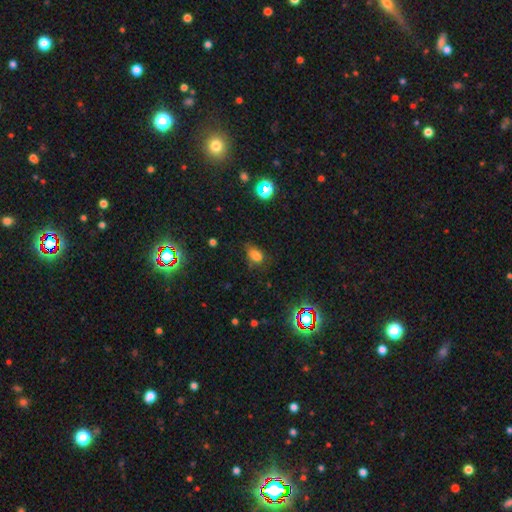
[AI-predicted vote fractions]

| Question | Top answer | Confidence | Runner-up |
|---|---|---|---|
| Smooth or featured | smooth | 75% | star or artifact (18%) |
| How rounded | in between | 78% | round (20%) |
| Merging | none | 57% | minor disturbance (29%) |